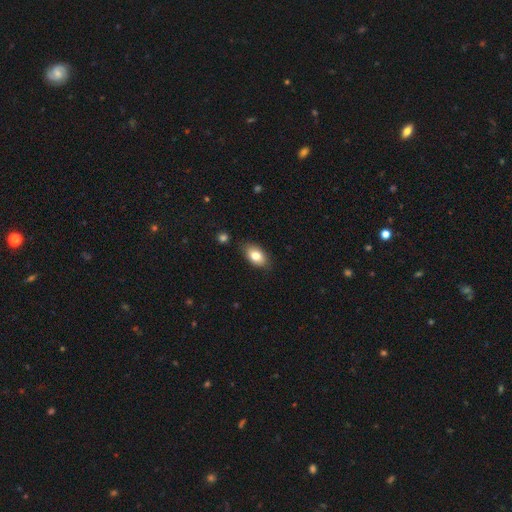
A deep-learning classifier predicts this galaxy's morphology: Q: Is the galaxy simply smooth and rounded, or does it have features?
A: smooth — 81%.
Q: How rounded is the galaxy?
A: in between — 90%.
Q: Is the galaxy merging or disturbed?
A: none — 82%.